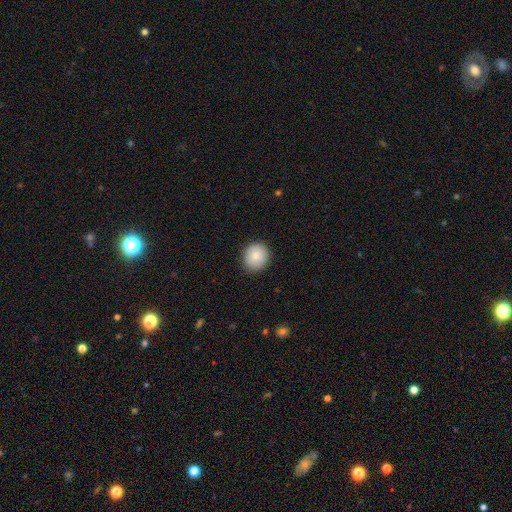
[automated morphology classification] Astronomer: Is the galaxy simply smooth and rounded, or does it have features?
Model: smooth — 84%.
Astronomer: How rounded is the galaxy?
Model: round — 87%.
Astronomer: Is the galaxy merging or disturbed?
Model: none — 90%.